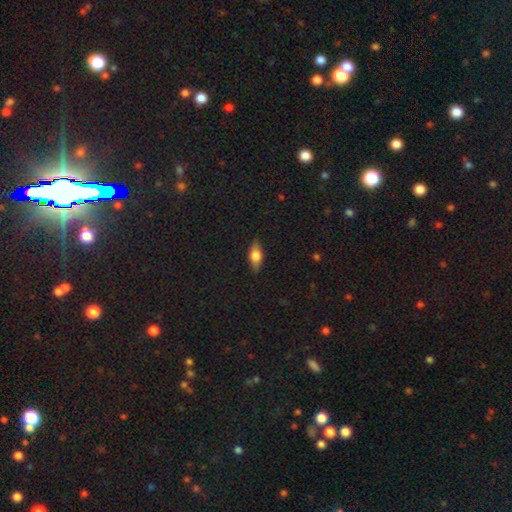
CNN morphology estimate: Overall: smooth (54%; featured or disk 38%). How rounded: in between (72%). Merging: none (86%).